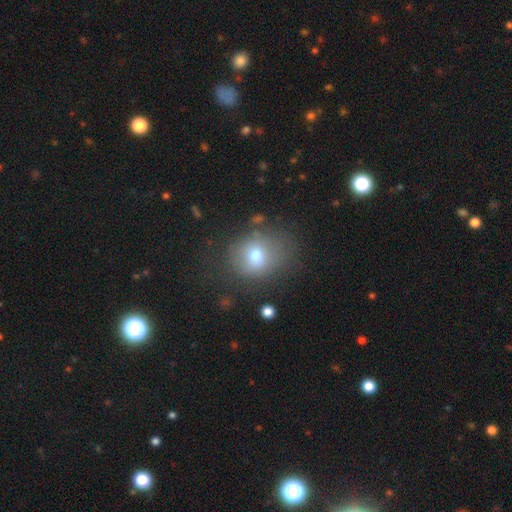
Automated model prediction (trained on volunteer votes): A smooth galaxy with no disk features (72%) that is round (63%).

Vote fractions:
- Smooth or featured? smooth: 72% / featured or disk: 16% / star or artifact: 12%
- How rounded? round: 63% / in between: 36% / cigar-shaped: 1%
- Merging? none: 60% / minor disturbance: 21% / major disturbance: 15% / merger: 3%